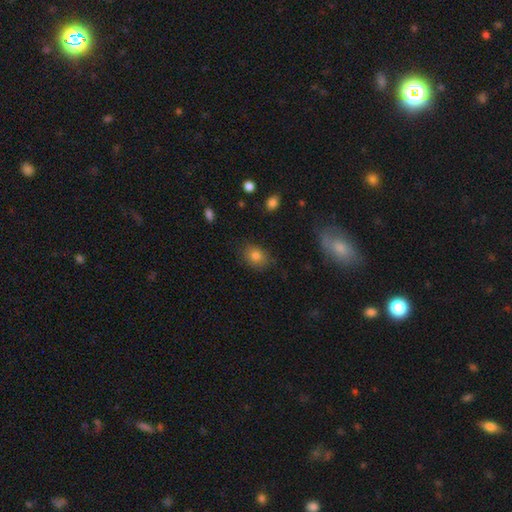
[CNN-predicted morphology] This is likely a smooth galaxy (80%). How rounded: possibly in between (52%). Merging: clearly none (81%).